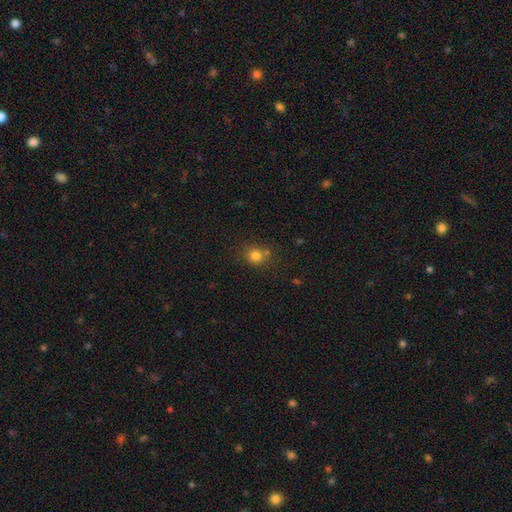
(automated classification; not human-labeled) A smooth galaxy with no disk features (79%) that is round (83%).

Vote fractions:
- Smooth or featured? smooth: 79% / star or artifact: 14% / featured or disk: 7%
- How rounded? round: 83% / in between: 16% / cigar-shaped: 1%
- Merging? none: 69% / merger: 16% / minor disturbance: 12% / major disturbance: 4%